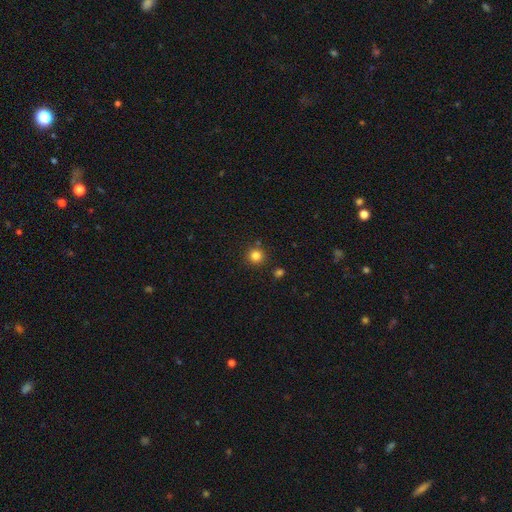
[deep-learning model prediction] A smooth galaxy with no disk features (82%) that is round (94%). Merging: none (86%).